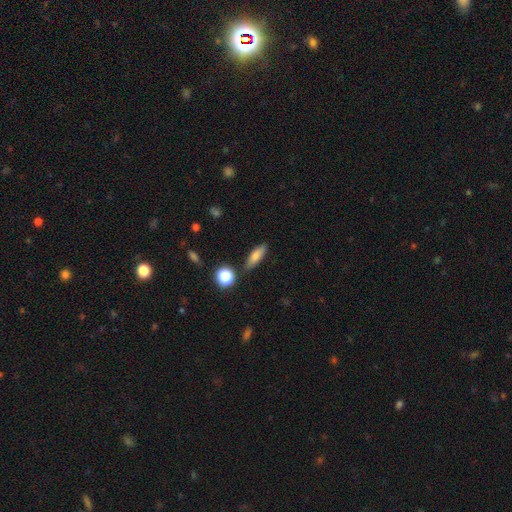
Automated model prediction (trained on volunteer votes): A smooth galaxy with no disk features (77%) that is in between round and cigar-shaped (49%). Merging: none (80%).